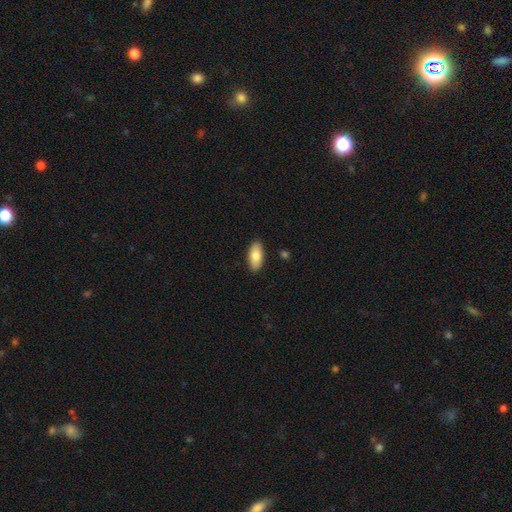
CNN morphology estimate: This is clearly a smooth galaxy (82%). How rounded: clearly in between (88%). Merging: clearly none (89%).